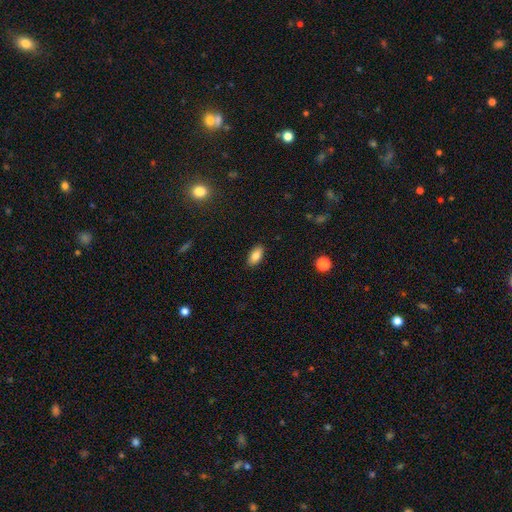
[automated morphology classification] Smooth or featured?
  - smooth: 85% *
  - star or artifact: 8%
  - featured or disk: 7%
How rounded?
  - in between: 91% *
  - cigar-shaped: 6%
  - round: 4%
Merging?
  - none: 88% *
  - minor disturbance: 9%
  - major disturbance: 2%
  - merger: 1%